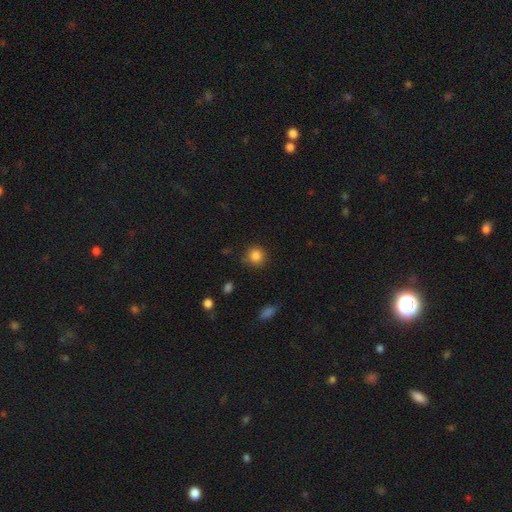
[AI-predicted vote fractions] smooth 85%, star or artifact 11%, featured or disk 5%. Down the decision tree: how rounded — round (89%); merging — none (82%).